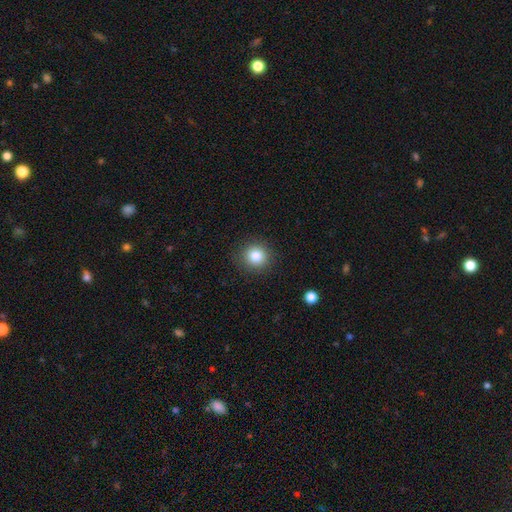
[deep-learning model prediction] smooth 82%, star or artifact 11%, featured or disk 7%. Down the decision tree: how rounded — round (91%); merging — none (90%).